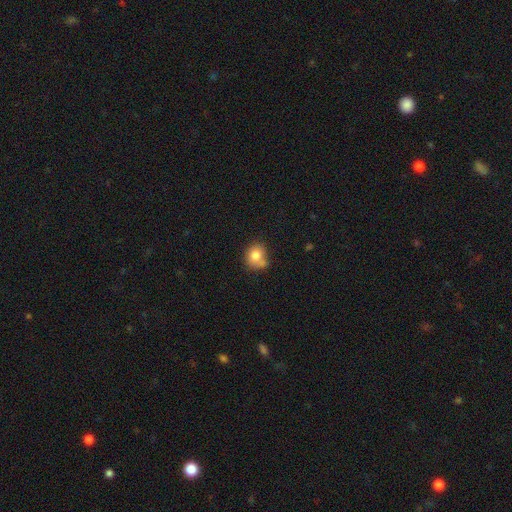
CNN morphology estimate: Smooth or featured?
  - smooth: 80% *
  - featured or disk: 10%
  - star or artifact: 10%
How rounded?
  - round: 70% *
  - in between: 29%
  - cigar-shaped: 1%
Merging?
  - none: 54% *
  - minor disturbance: 22%
  - merger: 17%
  - major disturbance: 7%